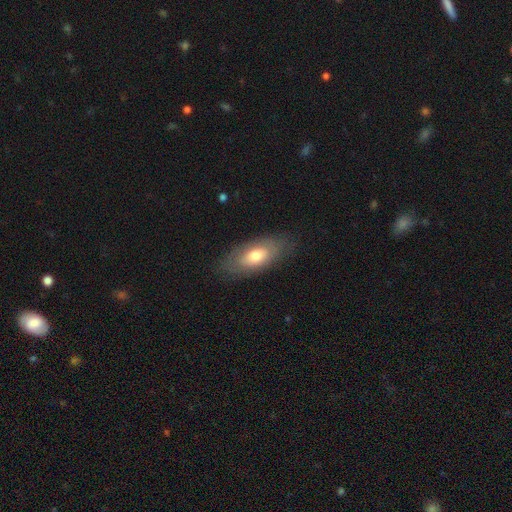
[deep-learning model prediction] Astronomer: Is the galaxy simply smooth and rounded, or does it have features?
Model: smooth — 65%.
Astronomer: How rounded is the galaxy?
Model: in between — 88%.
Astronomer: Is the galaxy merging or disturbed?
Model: none — 80%.